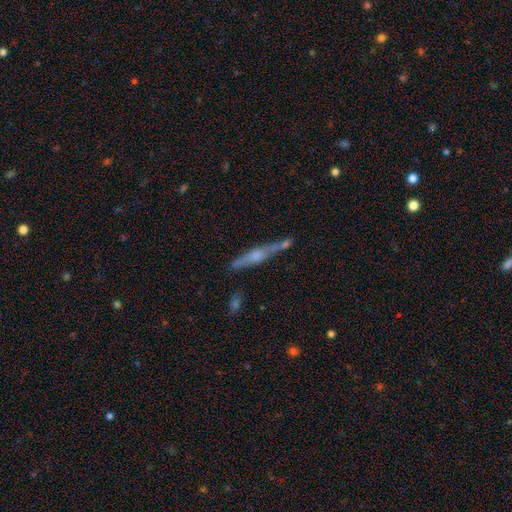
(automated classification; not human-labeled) Overall: featured or disk (68%). Edge-on disk: yes (94%). Edge-on bulge: rounded (81%). Merging: none (66%).